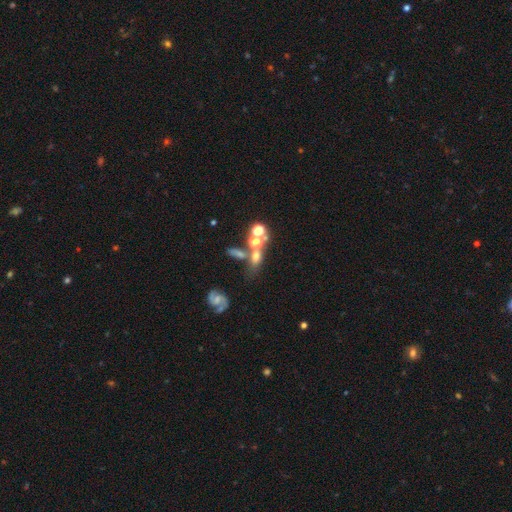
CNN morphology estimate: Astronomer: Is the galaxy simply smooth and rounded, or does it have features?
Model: smooth — 51% (runner-up: featured or disk, 29%).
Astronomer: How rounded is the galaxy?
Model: in between — 50% (runner-up: round, 35%).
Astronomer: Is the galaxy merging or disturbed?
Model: merger — 43% (runner-up: none, 35%).